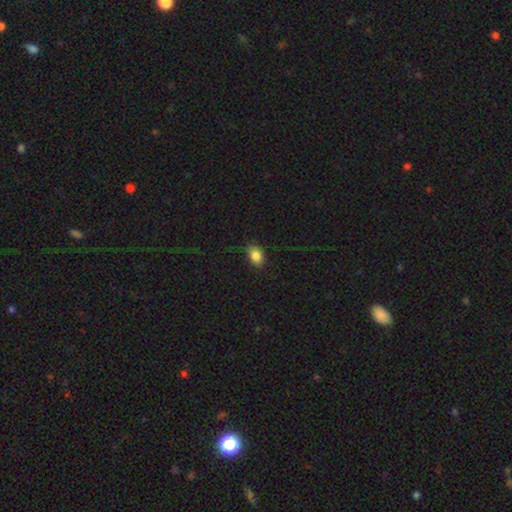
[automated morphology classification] smooth-or-featured: smooth: 85% | star or artifact: 9% | featured or disk: 6%
  how-rounded: in between: 81% | round: 18% | cigar-shaped: 1%
  merging: none: 84% | minor disturbance: 12% | major disturbance: 3% | merger: 1%